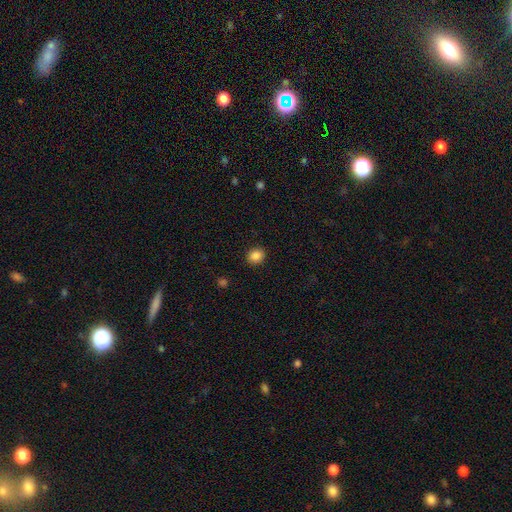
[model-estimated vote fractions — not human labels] Smooth or featured? smooth (87%)
How rounded? round (79%)
Merging? none (91%)